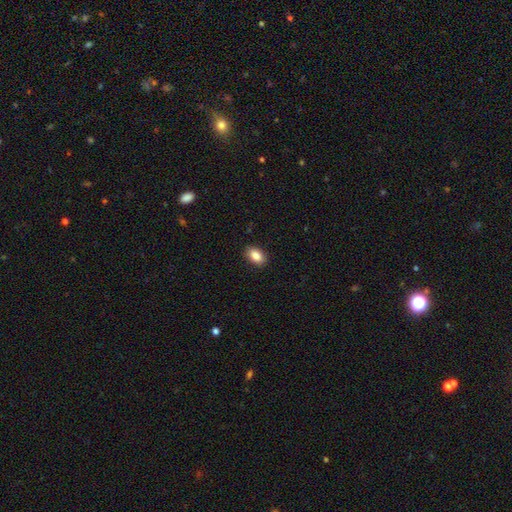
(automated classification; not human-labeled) The model was most divided on "how rounded": in between: 89%, round: 10%, cigar-shaped: 2%. More confident: merging — none (88%); smooth or featured — smooth (87%).